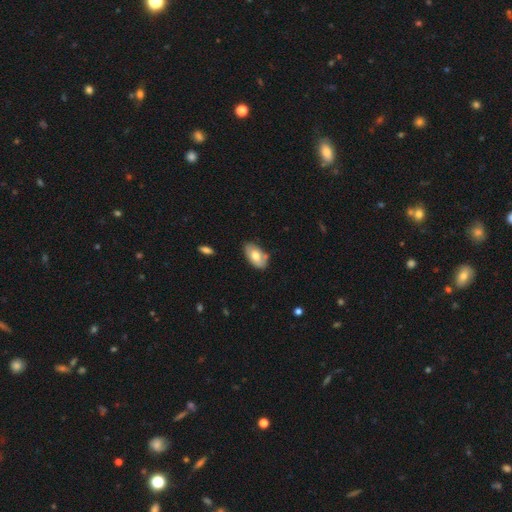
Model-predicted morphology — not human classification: smooth_or_featured: smooth (p=0.65) [alt: featured or disk p=0.29]
how_rounded: in between (p=0.94) [alt: round p=0.05]
merging: none (p=0.68) [alt: minor disturbance p=0.24]